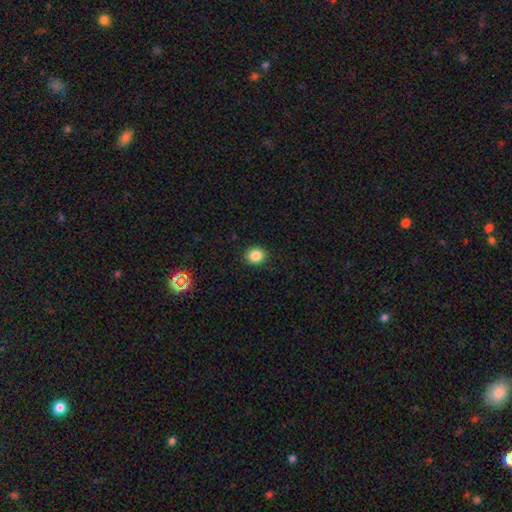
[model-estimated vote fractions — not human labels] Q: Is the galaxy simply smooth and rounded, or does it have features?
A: smooth — 85%.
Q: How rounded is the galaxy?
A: round — 75%.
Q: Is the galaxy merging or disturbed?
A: none — 91%.